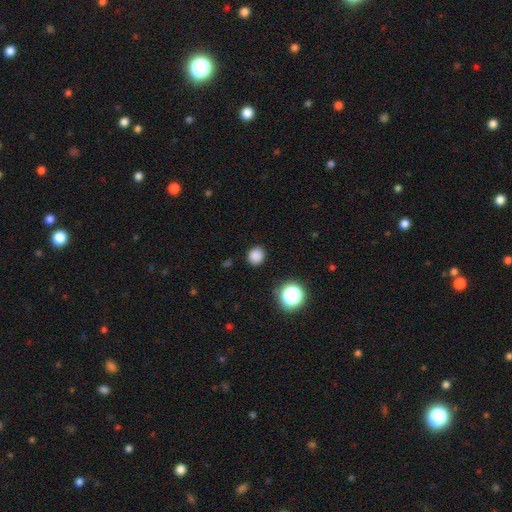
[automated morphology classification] Overall: smooth (83%). How rounded: round (84%). Merging: none (89%).